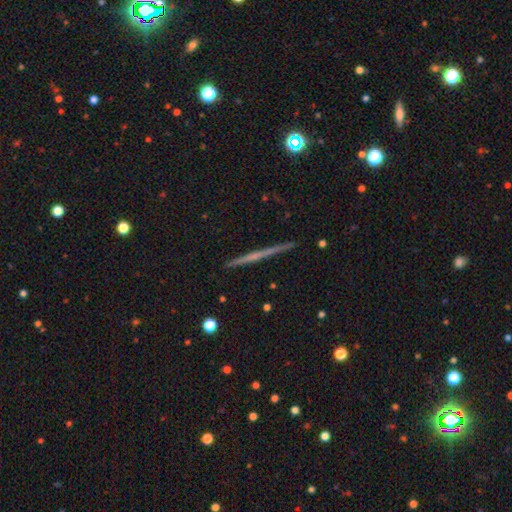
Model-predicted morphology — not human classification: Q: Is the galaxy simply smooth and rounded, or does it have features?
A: featured or disk — 64%.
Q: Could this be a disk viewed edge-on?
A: yes — 98%.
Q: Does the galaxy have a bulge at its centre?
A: none — 77%.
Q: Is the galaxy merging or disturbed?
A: none — 92%.